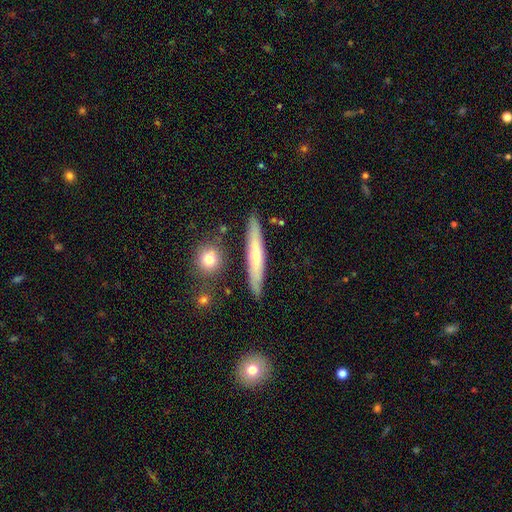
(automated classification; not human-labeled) Overall: smooth (47%, tied with featured or disk). Merging: none (85%).